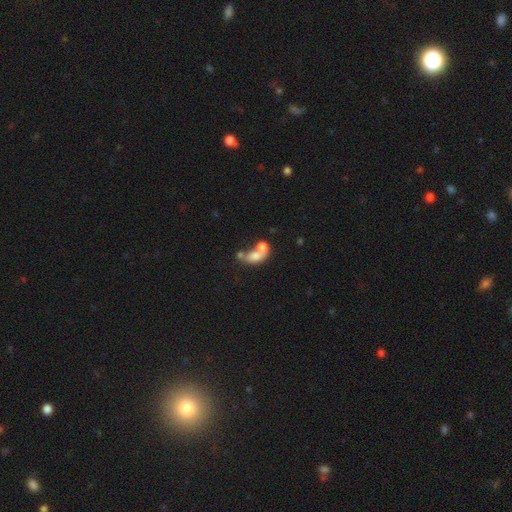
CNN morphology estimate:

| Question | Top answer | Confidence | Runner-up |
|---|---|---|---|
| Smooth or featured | smooth | 65% | featured or disk (24%) |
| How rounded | in between | 71% | round (26%) |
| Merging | merger | 66% | none (18%) |